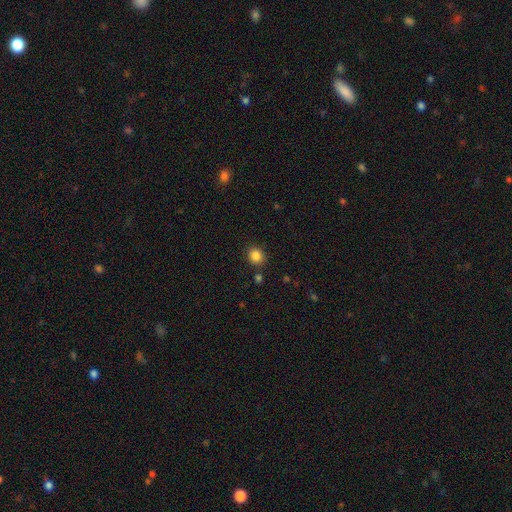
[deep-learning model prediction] A smooth galaxy with no disk features (85%) that is round (71%).

Vote fractions:
- Smooth or featured? smooth: 85% / star or artifact: 11% / featured or disk: 4%
- How rounded? round: 71% / in between: 28% / cigar-shaped: 1%
- Merging? none: 86% / minor disturbance: 8% / merger: 4% / major disturbance: 2%